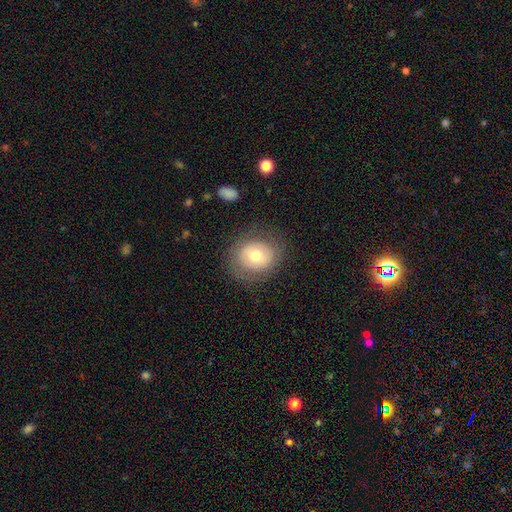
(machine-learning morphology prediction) Q: Smooth or featured?
A: smooth (61%); runner-up: featured or disk (30%)
Q: How rounded?
A: round (71%); runner-up: in between (29%)
Q: Merging?
A: none (78%); runner-up: minor disturbance (13%)